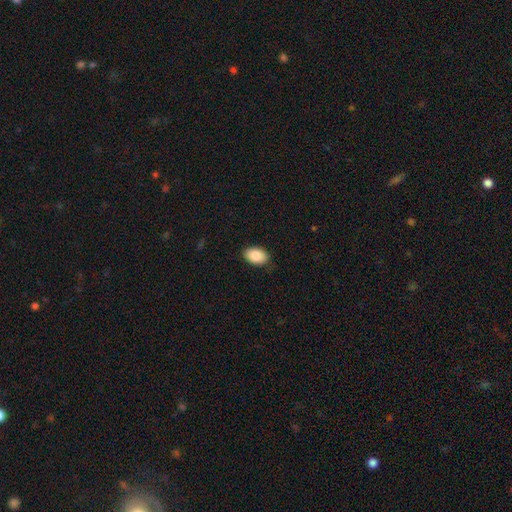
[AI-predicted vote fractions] This appears to be a smooth galaxy with no disk features (87%) that is in between round and cigar-shaped (89%). Merging: none (86%).